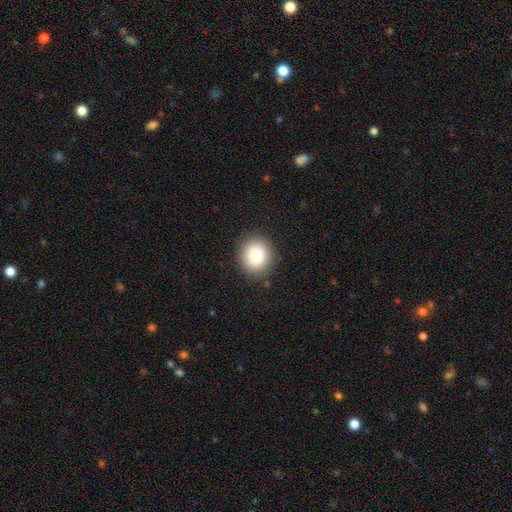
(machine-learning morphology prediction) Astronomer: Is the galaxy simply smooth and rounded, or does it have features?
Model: smooth — 82%.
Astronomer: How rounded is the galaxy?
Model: round — 85%.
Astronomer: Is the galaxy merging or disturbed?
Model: none — 89%.